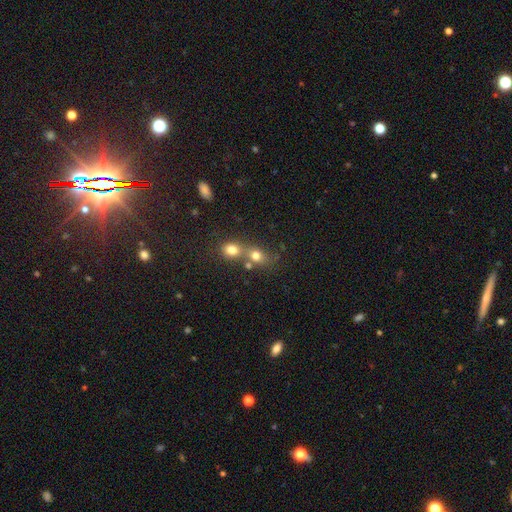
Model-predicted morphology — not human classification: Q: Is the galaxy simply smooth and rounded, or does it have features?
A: smooth — 74%.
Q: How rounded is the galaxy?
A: round — 64%.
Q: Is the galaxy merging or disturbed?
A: merger — 54%.